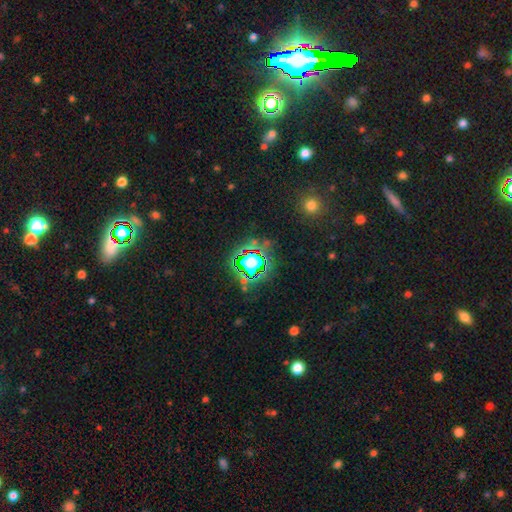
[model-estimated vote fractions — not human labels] Morphology: type=star or artifact (79%).